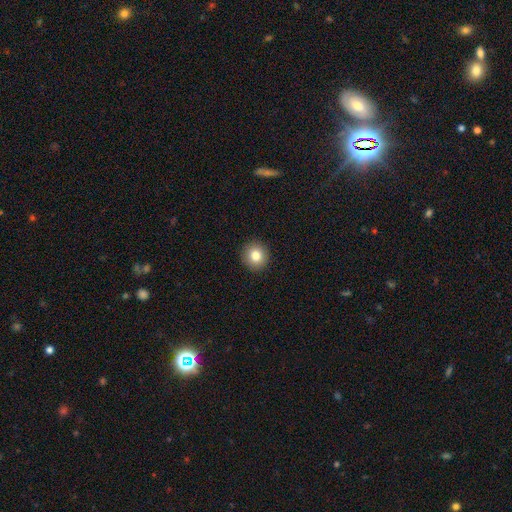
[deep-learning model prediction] Smooth or featured?
  - smooth: 82% *
  - star or artifact: 10%
  - featured or disk: 8%
How rounded?
  - round: 92% *
  - in between: 7%
  - cigar-shaped: 1%
Merging?
  - none: 93% *
  - minor disturbance: 5%
  - major disturbance: 2%
  - merger: 1%